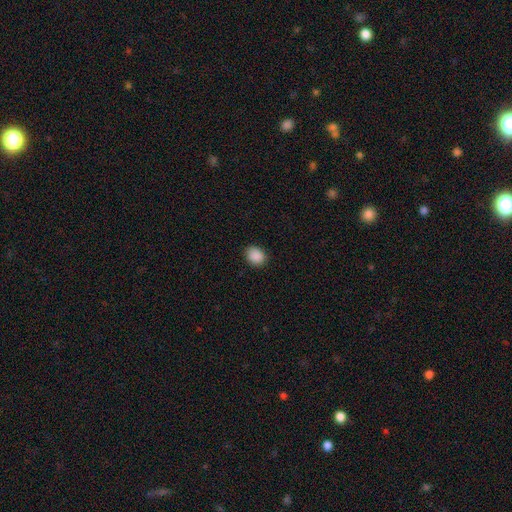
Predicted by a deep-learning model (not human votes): Morphology: type=smooth (89%); roundness=round (53%); merging=none (88%).